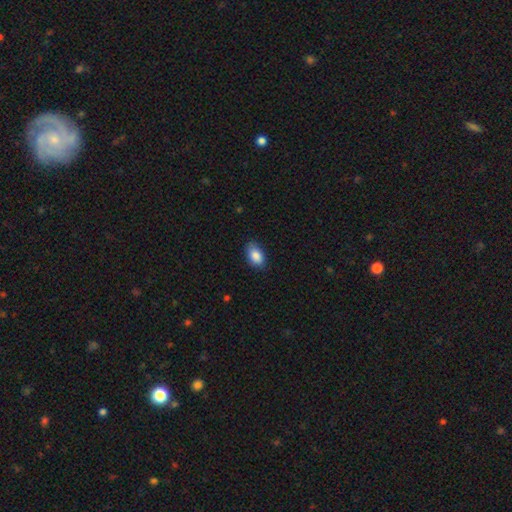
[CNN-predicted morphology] Smooth or featured?
  - smooth: 87% *
  - star or artifact: 7%
  - featured or disk: 7%
How rounded?
  - in between: 90% *
  - round: 9%
  - cigar-shaped: 1%
Merging?
  - none: 77% *
  - minor disturbance: 19%
  - major disturbance: 3%
  - merger: 1%